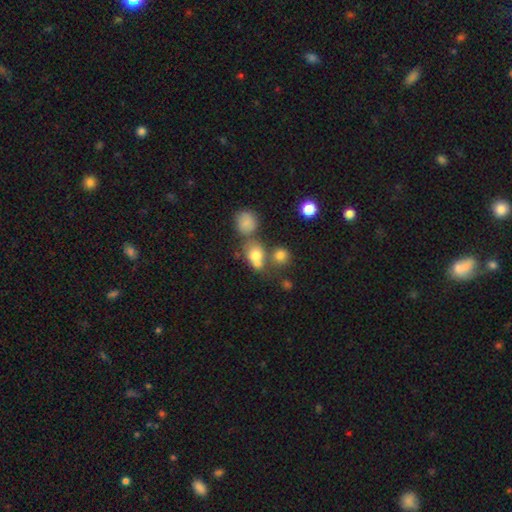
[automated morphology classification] The model was most divided on "merging": none: 42%, merger: 38%, minor disturbance: 13%, major disturbance: 7%. More confident: smooth or featured — smooth (74%); how rounded — round (54%).